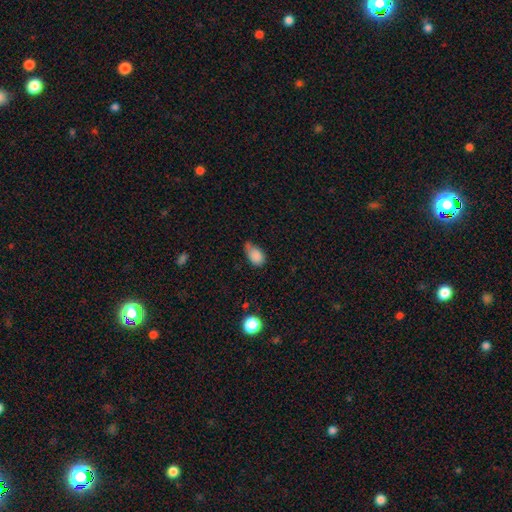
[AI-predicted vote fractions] A smooth galaxy with no disk features (84%) that is in between round and cigar-shaped (81%).

Vote fractions:
- Smooth or featured? smooth: 84% / star or artifact: 9% / featured or disk: 7%
- How rounded? in between: 81% / round: 17% / cigar-shaped: 2%
- Merging? minor disturbance: 45% / none: 35% / major disturbance: 14% / merger: 6%